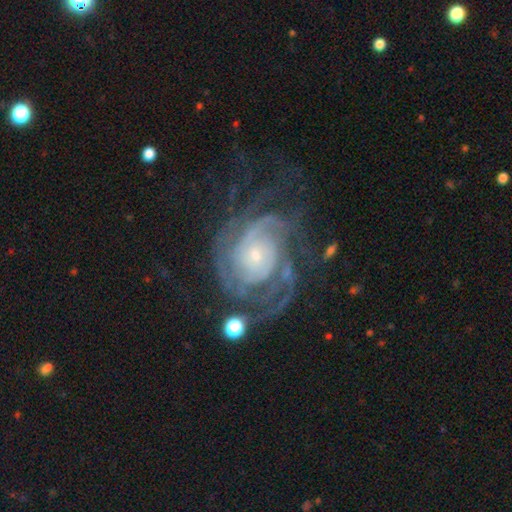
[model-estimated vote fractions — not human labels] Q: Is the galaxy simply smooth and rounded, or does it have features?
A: featured or disk — 88%.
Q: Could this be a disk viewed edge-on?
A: no — 97%.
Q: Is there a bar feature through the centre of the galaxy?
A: no — 76%.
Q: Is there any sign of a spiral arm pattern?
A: yes — 96%.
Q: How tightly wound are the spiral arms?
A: tight — 62%.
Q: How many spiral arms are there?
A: can't tell — 30%.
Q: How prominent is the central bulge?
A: small — 72%.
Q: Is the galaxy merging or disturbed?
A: none — 55%.